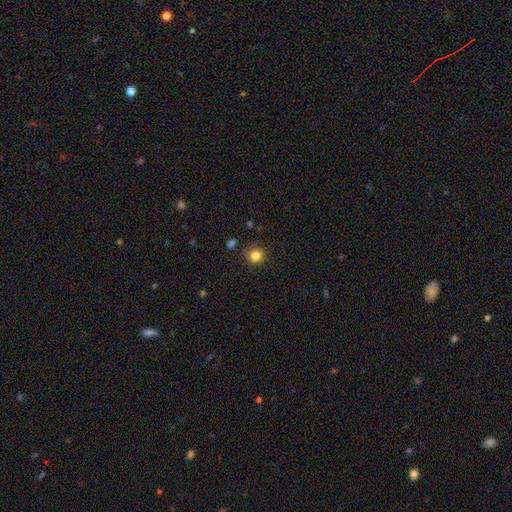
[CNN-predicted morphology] Overall: smooth (83%). How rounded: round (90%). Merging: none (87%).